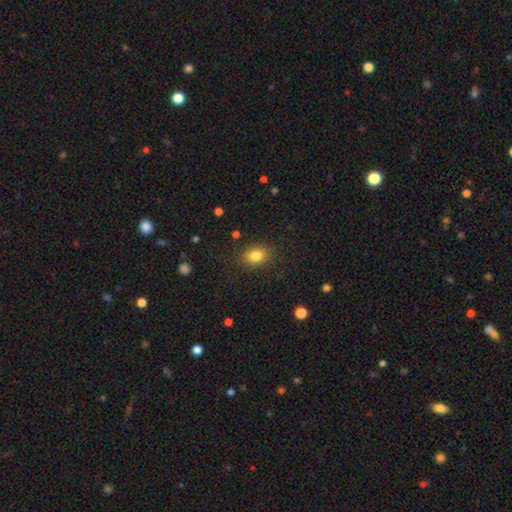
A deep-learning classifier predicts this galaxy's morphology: smooth 82%, star or artifact 11%, featured or disk 7%. Down the decision tree: how rounded — in between (58%); merging — none (85%).